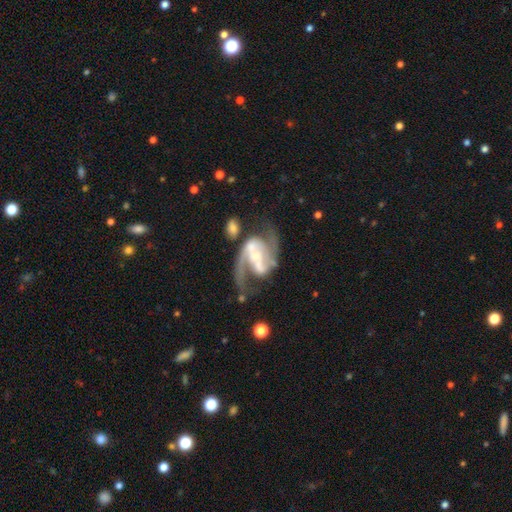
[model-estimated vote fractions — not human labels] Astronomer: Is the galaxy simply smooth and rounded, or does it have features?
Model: featured or disk — 91%.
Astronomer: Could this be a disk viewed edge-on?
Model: no — 98%.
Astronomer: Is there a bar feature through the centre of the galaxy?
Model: strong — 42% (runner-up: weak, 36%).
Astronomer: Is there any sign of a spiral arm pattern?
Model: yes — 97%.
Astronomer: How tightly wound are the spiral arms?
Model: medium — 55% (runner-up: loose, 32%).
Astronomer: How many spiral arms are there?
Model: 2 — 91%.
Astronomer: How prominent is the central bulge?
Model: small — 52% (runner-up: moderate, 39%).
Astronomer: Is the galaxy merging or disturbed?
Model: none — 54%.